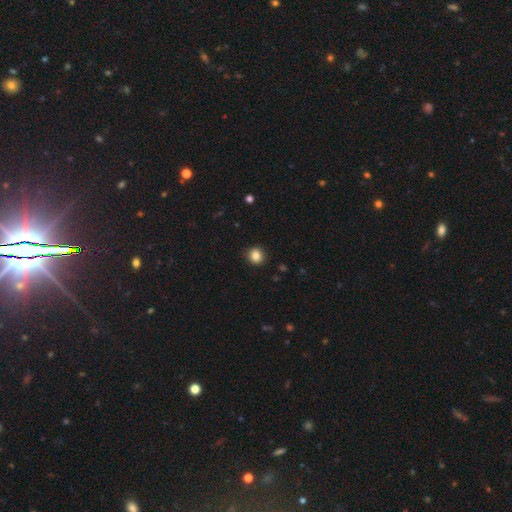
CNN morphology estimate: This is clearly a smooth galaxy (85%). How rounded: clearly round (81%). Merging: clearly none (91%).